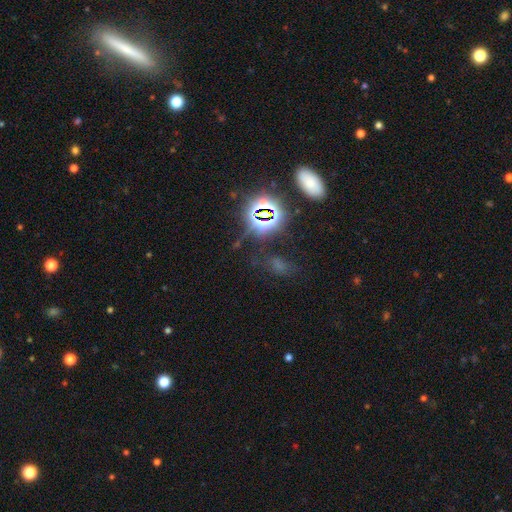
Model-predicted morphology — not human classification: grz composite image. It shows a star or artifact, not a galaxy (64%).